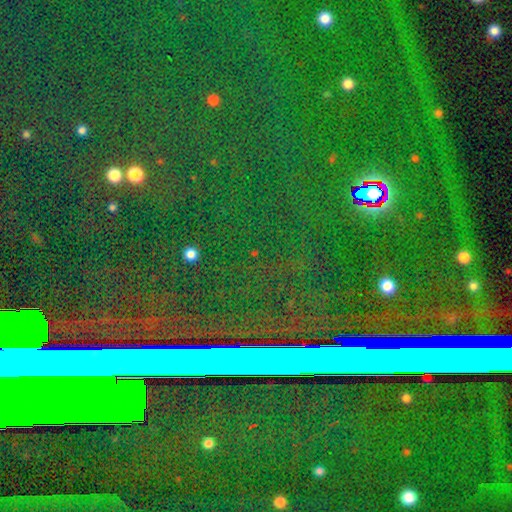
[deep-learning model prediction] star or artifact 85%, smooth 8%, featured or disk 7%.